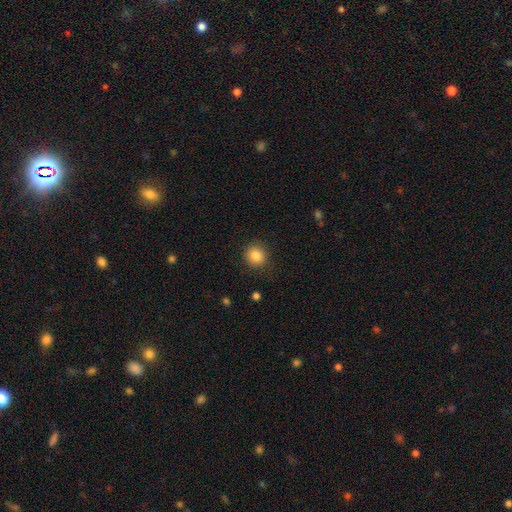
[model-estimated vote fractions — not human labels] A smooth galaxy with no disk features (84%) that is round (90%).

Vote fractions:
- Smooth or featured? smooth: 84% / star or artifact: 10% / featured or disk: 5%
- How rounded? round: 90% / in between: 9% / cigar-shaped: 1%
- Merging? none: 89% / minor disturbance: 7% / major disturbance: 2% / merger: 1%